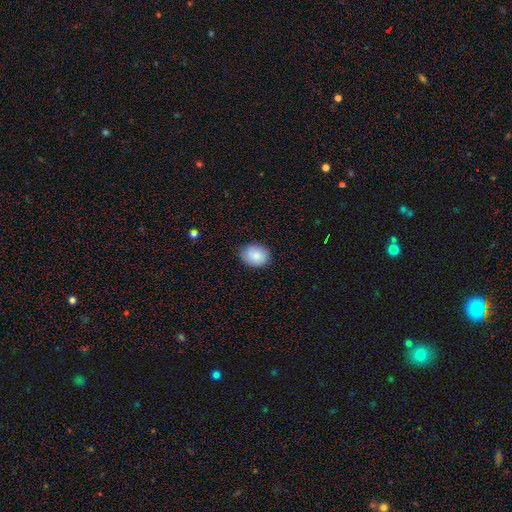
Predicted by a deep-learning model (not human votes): This is clearly a smooth galaxy (87%). How rounded: possibly in between (53%). Merging: clearly none (85%).